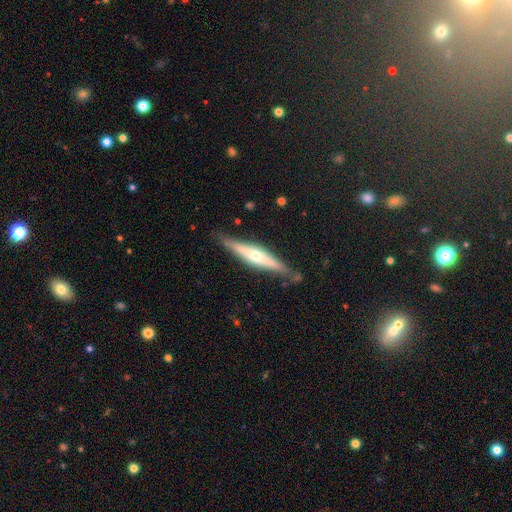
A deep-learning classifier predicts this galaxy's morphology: smooth-or-featured: featured or disk: 64% | smooth: 30% | star or artifact: 6%
  disk-edge-on: yes: 94% | no: 6%
    edge-on-bulge: rounded: 83% | boxy: 9% | none: 8%
  merging: none: 81% | minor disturbance: 13% | major disturbance: 3% | merger: 3%